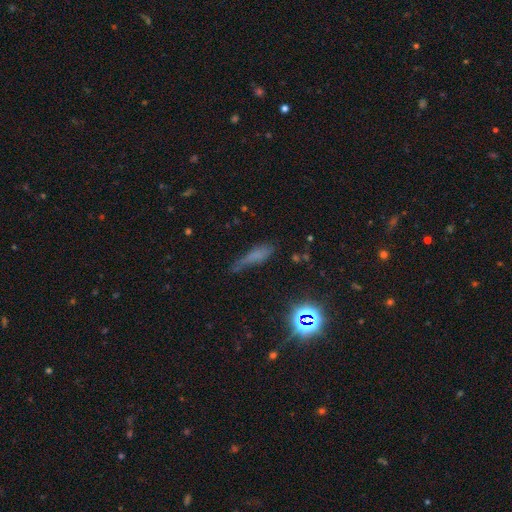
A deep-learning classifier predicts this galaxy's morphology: Smooth or featured: smooth — 54% (star or artifact — 25%)
How rounded: cigar-shaped — 66% (in between — 29%)
Merging: none — 46% (minor disturbance — 31%)